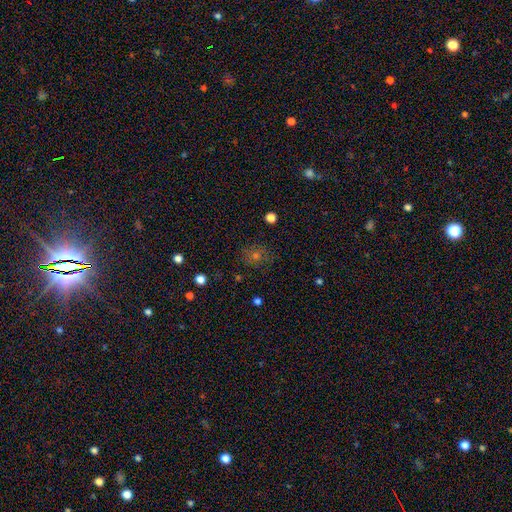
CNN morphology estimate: Smooth or featured? smooth (52%)
How rounded? round (75%)
Merging? none (82%)